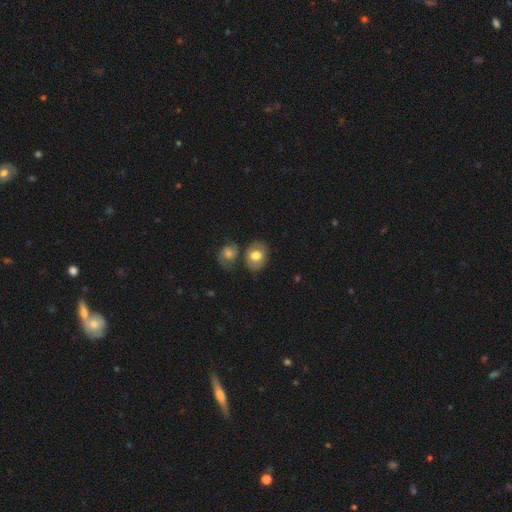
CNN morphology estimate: The model was most divided on "how rounded": in between: 56%, round: 43%, cigar-shaped: 1%. More confident: smooth or featured — smooth (72%); merging — none (65%).